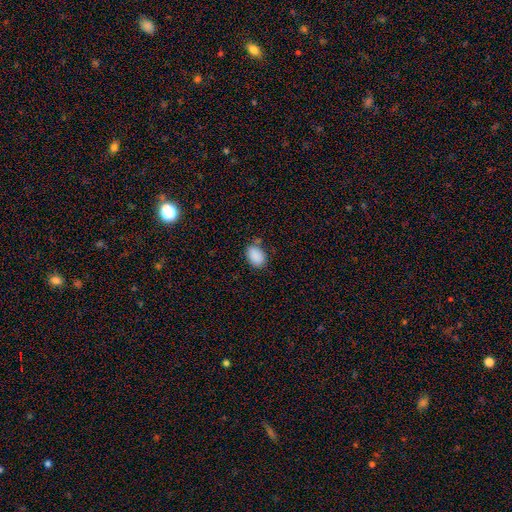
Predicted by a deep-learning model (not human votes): Smooth or featured? smooth (89%)
How rounded? in between (86%)
Merging? none (73%)